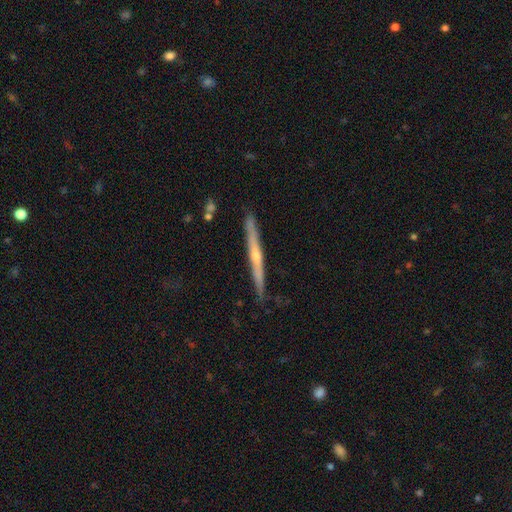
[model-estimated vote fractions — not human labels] Q: Smooth or featured?
A: featured or disk (75%); runner-up: smooth (20%)
Q: Edge-on disk?
A: yes (97%); runner-up: no (3%)
Q: Edge-on bulge?
A: rounded (72%); runner-up: none (25%)
Q: Merging?
A: none (88%); runner-up: minor disturbance (9%)